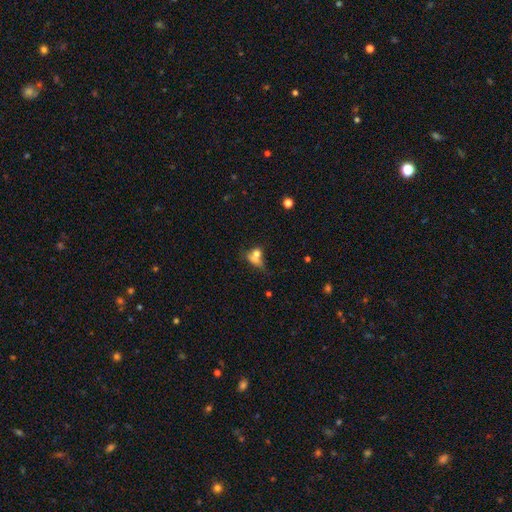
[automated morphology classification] A smooth galaxy with no disk features (65%) that is in between round and cigar-shaped (50%).

Vote fractions:
- Smooth or featured? smooth: 65% / featured or disk: 21% / star or artifact: 14%
- How rounded? in between: 50% / round: 42% / cigar-shaped: 7%
- Merging? merger: 49% / none: 25% / major disturbance: 13% / minor disturbance: 13%